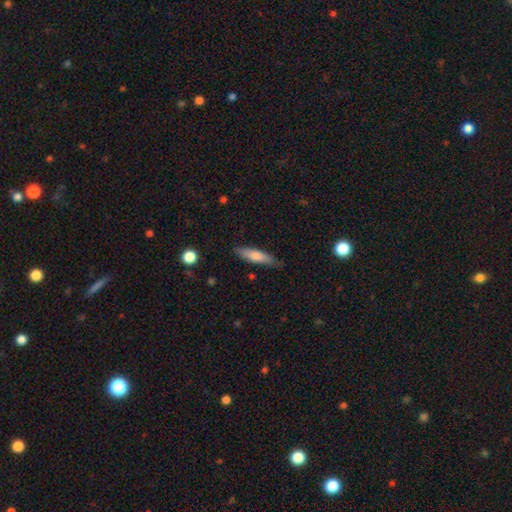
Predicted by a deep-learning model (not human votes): smooth_or_featured: smooth (p=0.65) [alt: featured or disk p=0.29]
how_rounded: cigar-shaped (p=0.76) [alt: in between p=0.22]
merging: none (p=0.83) [alt: minor disturbance p=0.14]